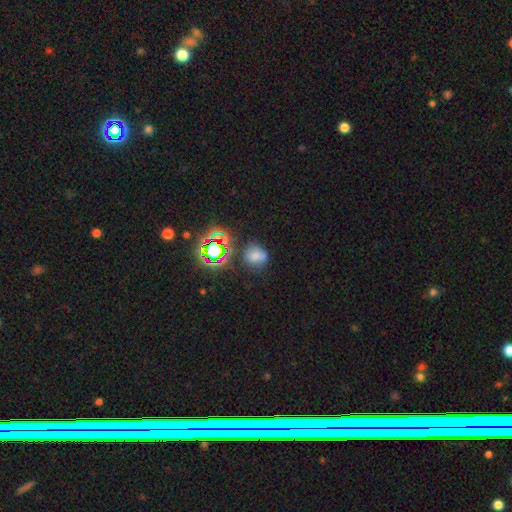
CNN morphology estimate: A smooth galaxy with no disk features (61%) that is round (67%). Merging: none (62%).